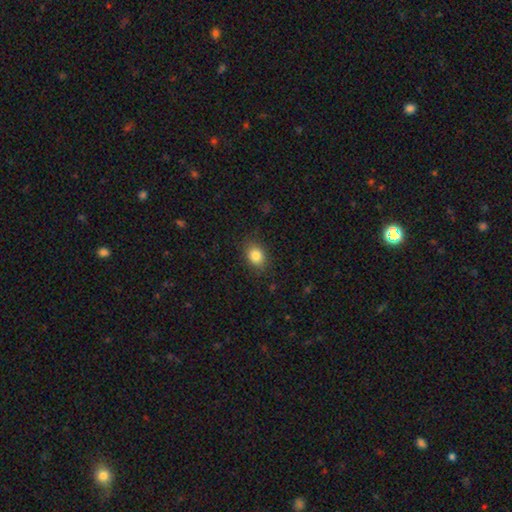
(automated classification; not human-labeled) Smooth or featured? Predicted: smooth (p=0.84). How rounded? Predicted: in between (p=0.61). Merging? Predicted: none (p=0.85).